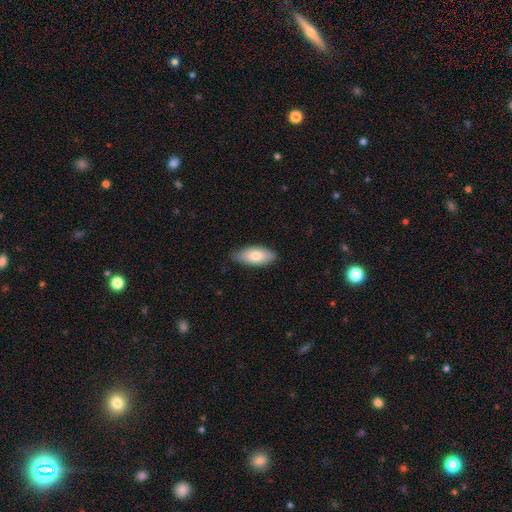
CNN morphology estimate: Smooth or featured?
  - smooth: 77% *
  - featured or disk: 17%
  - star or artifact: 6%
How rounded?
  - in between: 88% *
  - cigar-shaped: 10%
  - round: 2%
Merging?
  - none: 79% *
  - minor disturbance: 18%
  - major disturbance: 2%
  - merger: 1%